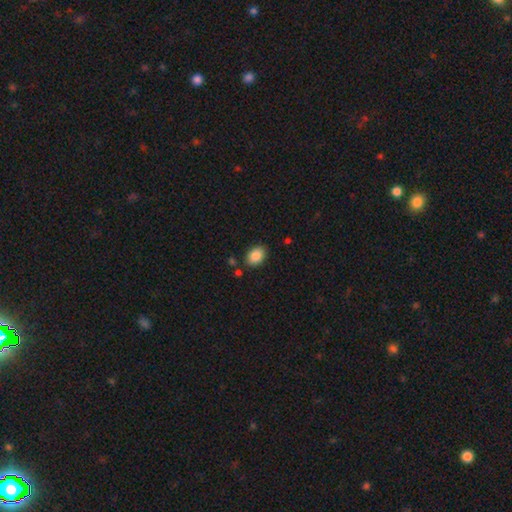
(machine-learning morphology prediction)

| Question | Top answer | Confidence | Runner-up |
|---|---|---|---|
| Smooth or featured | smooth | 88% | star or artifact (8%) |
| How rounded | in between | 80% | round (19%) |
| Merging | none | 84% | minor disturbance (10%) |